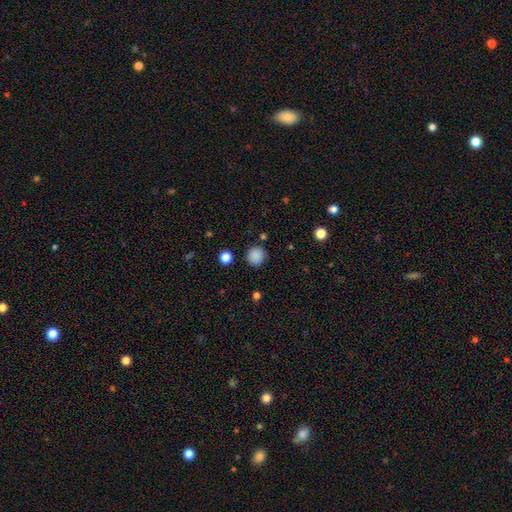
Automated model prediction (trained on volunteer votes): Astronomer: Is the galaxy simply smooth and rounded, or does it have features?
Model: smooth — 86%.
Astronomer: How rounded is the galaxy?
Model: round — 92%.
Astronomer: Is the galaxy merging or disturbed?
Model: none — 86%.